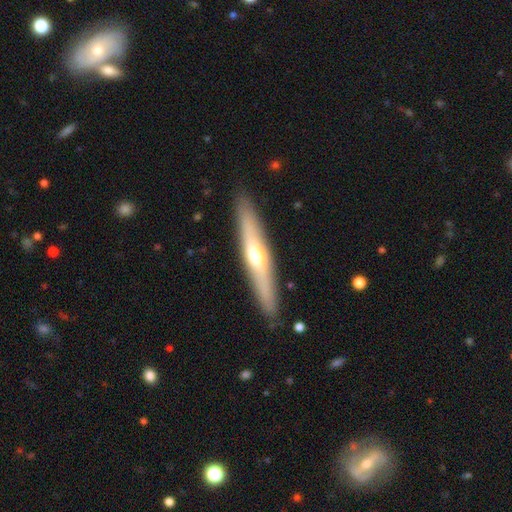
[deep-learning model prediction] A featured or disk galaxy (59%) viewed edge-on (91%) with a rounded central bulge (84%). Merging: none (90%).